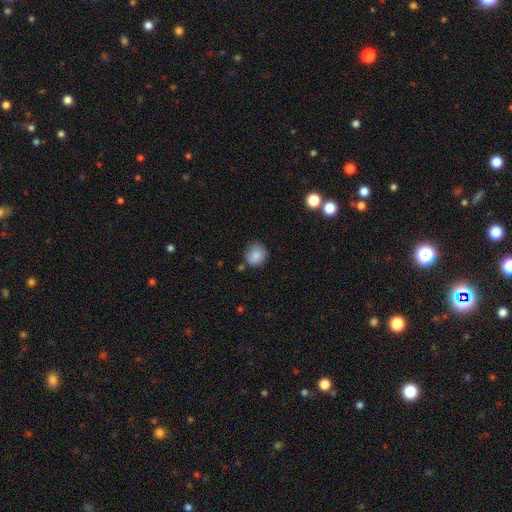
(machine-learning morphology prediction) A smooth galaxy with no disk features (86%) that is round (78%).

Vote fractions:
- Smooth or featured? smooth: 86% / star or artifact: 8% / featured or disk: 6%
- How rounded? round: 78% / in between: 21% / cigar-shaped: 1%
- Merging? none: 74% / minor disturbance: 19% / merger: 4% / major disturbance: 4%